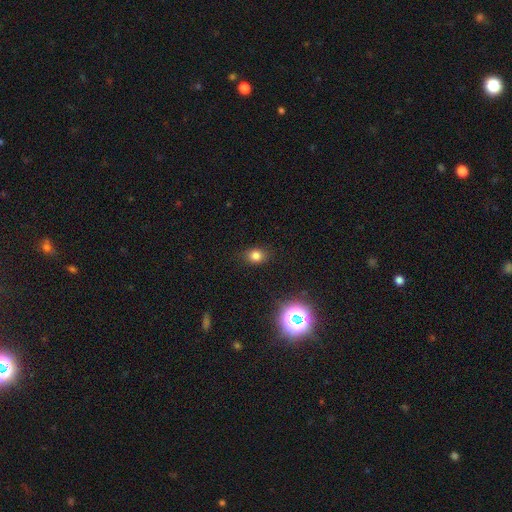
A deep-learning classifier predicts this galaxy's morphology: smooth-or-featured: smooth: 77% | star or artifact: 16% | featured or disk: 7%
  how-rounded: round: 50% | in between: 49% | cigar-shaped: 1%
  merging: none: 85% | minor disturbance: 11% | major disturbance: 3% | merger: 1%